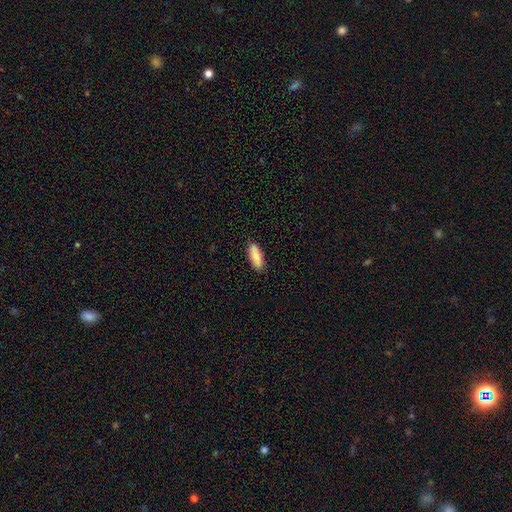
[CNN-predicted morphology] Smooth or featured?
  - smooth: 86% *
  - featured or disk: 9%
  - star or artifact: 6%
How rounded?
  - in between: 69% *
  - cigar-shaped: 29%
  - round: 2%
Merging?
  - none: 87% *
  - minor disturbance: 10%
  - major disturbance: 2%
  - merger: 1%